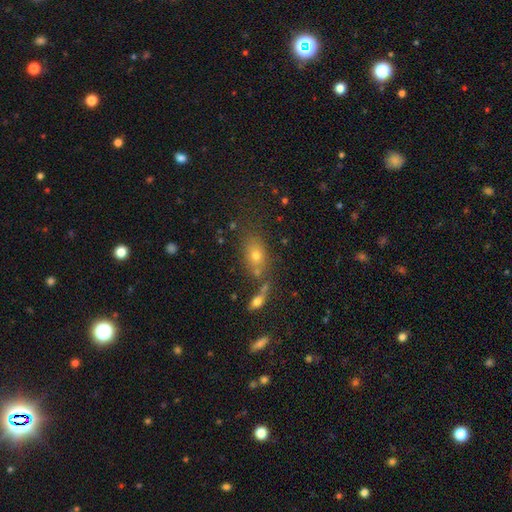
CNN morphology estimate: Smooth or featured? smooth (66%)
How rounded? in between (73%)
Merging? none (61%)